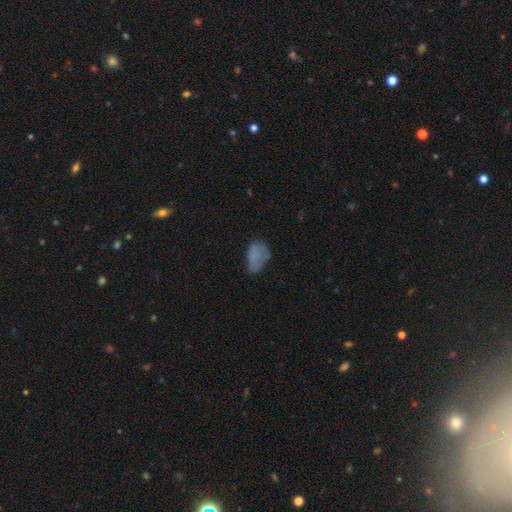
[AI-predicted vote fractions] Smooth or featured? Predicted: smooth (p=0.74). How rounded? Predicted: in between (p=0.89). Merging? Predicted: none (p=0.46).